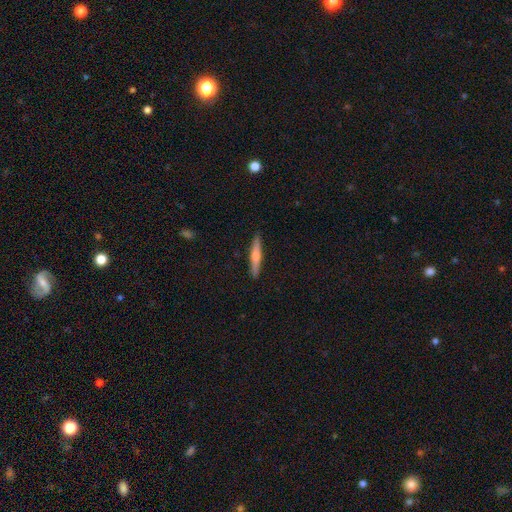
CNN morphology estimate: This is possibly a smooth galaxy (50%). How rounded: clearly cigar-shaped (92%). Merging: clearly none (91%).